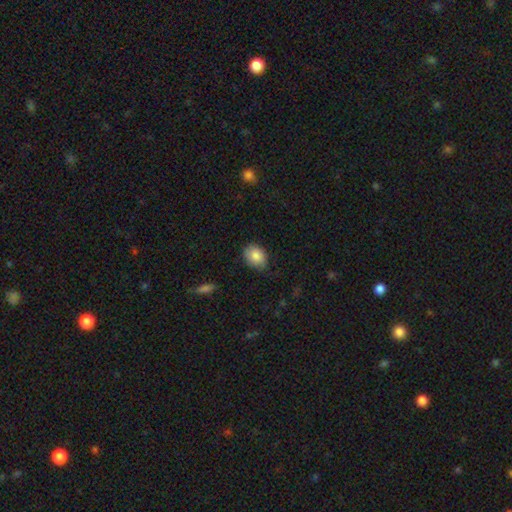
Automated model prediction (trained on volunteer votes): Overall: smooth (84%). How rounded: in between (64%; round 35%). Merging: none (77%).